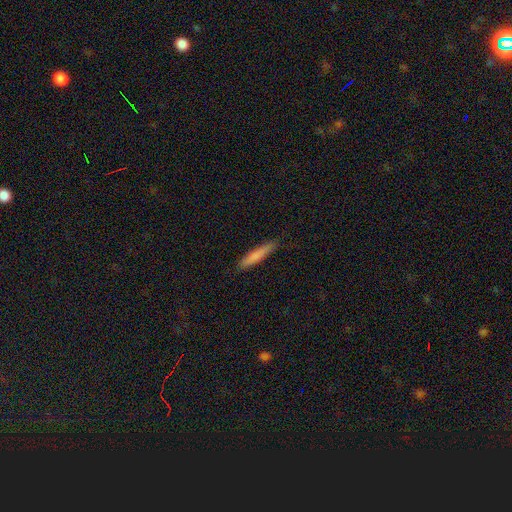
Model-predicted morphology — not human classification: Q: Smooth or featured?
A: smooth (80%); runner-up: featured or disk (15%)
Q: How rounded?
A: cigar-shaped (92%); runner-up: in between (7%)
Q: Merging?
A: none (87%); runner-up: minor disturbance (10%)